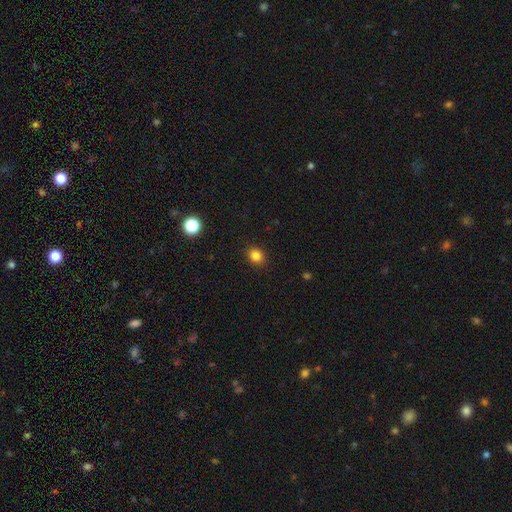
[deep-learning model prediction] Smooth or featured? smooth (83%)
How rounded? round (71%)
Merging? none (90%)